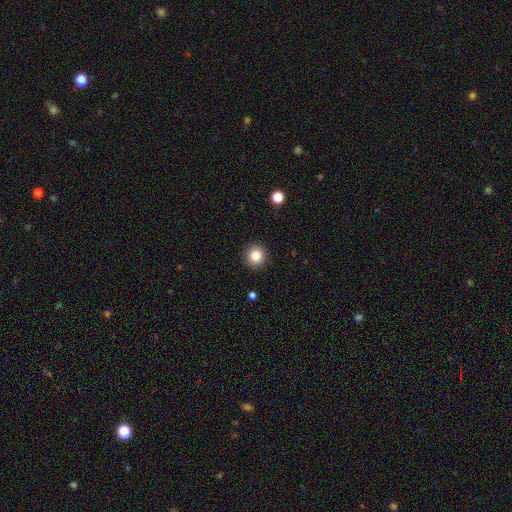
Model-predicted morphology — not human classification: Smooth or featured? Predicted: smooth (p=0.84). How rounded? Predicted: round (p=0.93). Merging? Predicted: none (p=0.91).